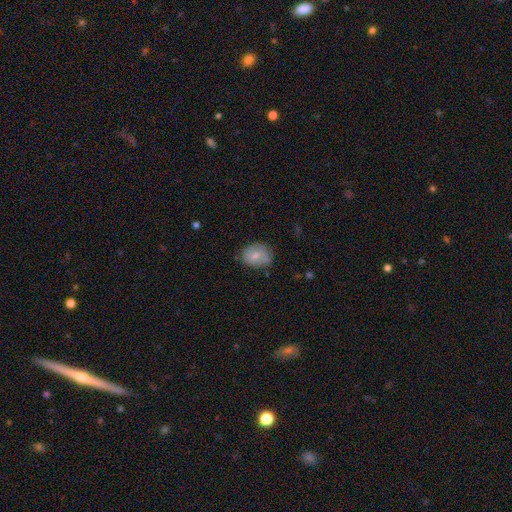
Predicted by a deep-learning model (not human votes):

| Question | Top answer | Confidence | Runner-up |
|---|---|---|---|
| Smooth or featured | smooth | 69% | featured or disk (23%) |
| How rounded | in between | 50% | round (49%) |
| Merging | none | 63% | minor disturbance (28%) |